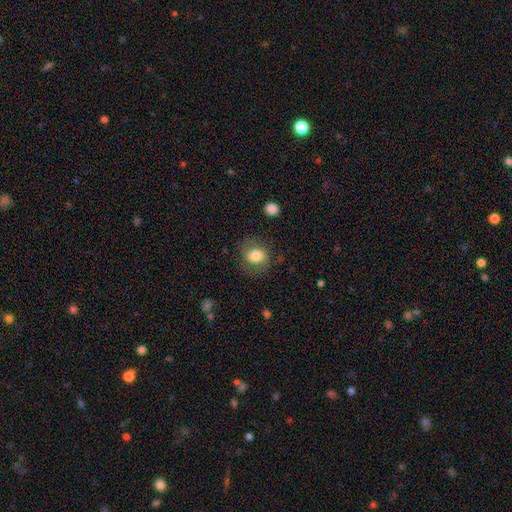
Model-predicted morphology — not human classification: This appears to be a smooth galaxy with no disk features (74%) that is round (66%). Merging: none (75%).